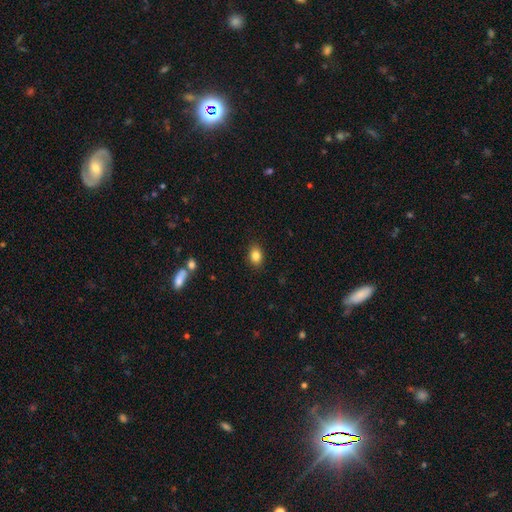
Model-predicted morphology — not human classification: smooth 84%, star or artifact 9%, featured or disk 6%. Down the decision tree: how rounded — in between (71%); merging — none (88%).